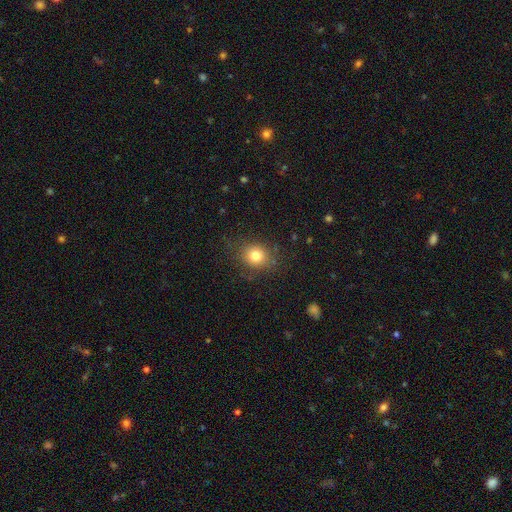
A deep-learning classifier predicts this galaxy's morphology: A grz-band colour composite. It shows a smooth galaxy with no disk features (79%) that is round (69%). Merging: none (81%).